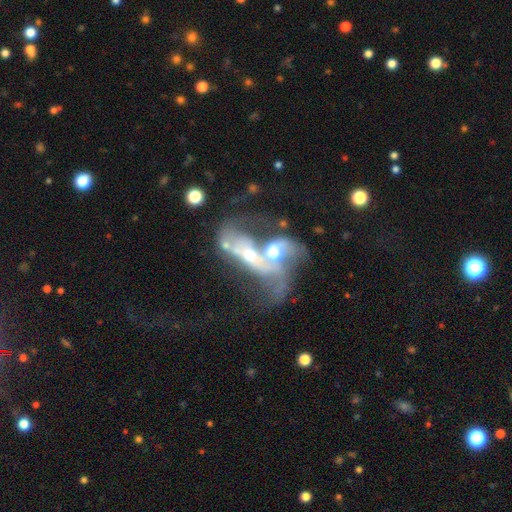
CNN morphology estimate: Overall: featured or disk (77%). Edge-on disk: no (93%). Bar: no (62%; weak 25%). Spiral arms: yes (72%). Spiral arm count: 2 (50%; can't tell 28%). Spiral winding: loose (55%; medium 31%). Bulge size: moderate (59%; small 27%). Merging: merger (75%).